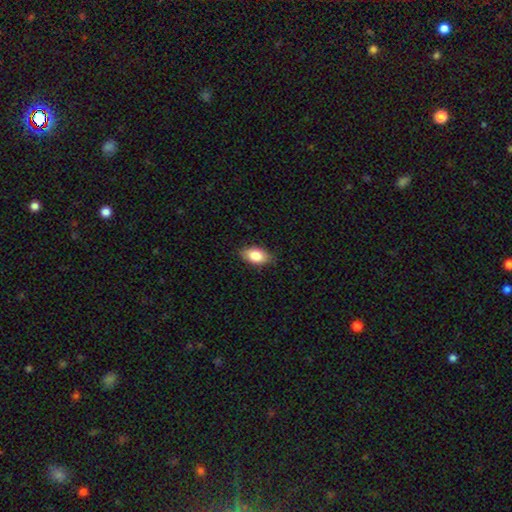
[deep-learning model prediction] A smooth galaxy with no disk features (84%) that is in between round and cigar-shaped (92%). Merging: none (86%).